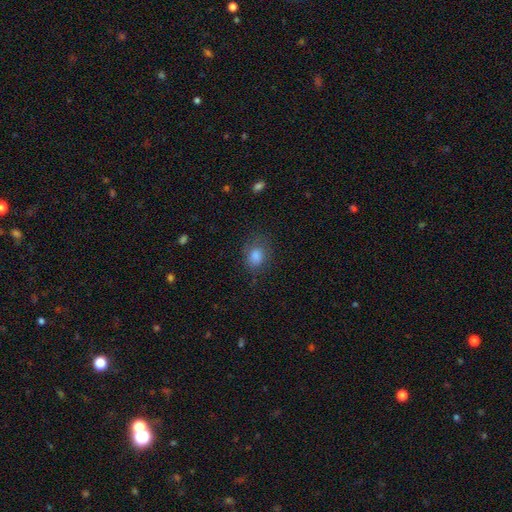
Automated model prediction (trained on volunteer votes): smooth 80%, star or artifact 12%, featured or disk 8%. Down the decision tree: how rounded — round (50%); merging — none (71%).